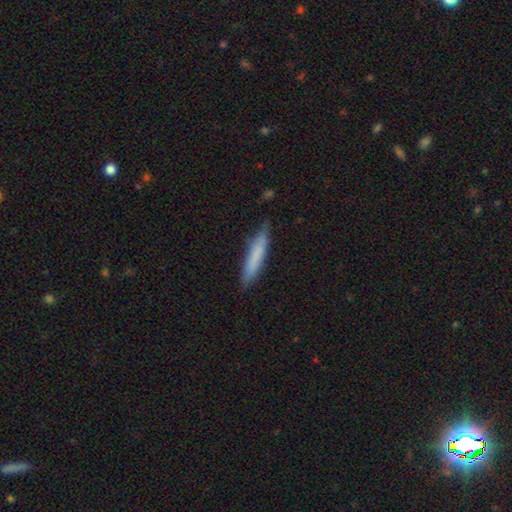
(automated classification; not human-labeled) smooth_or_featured: smooth (p=0.73) [alt: featured or disk p=0.21]
how_rounded: cigar-shaped (p=0.90) [alt: in between p=0.09]
merging: none (p=0.80) [alt: minor disturbance p=0.16]